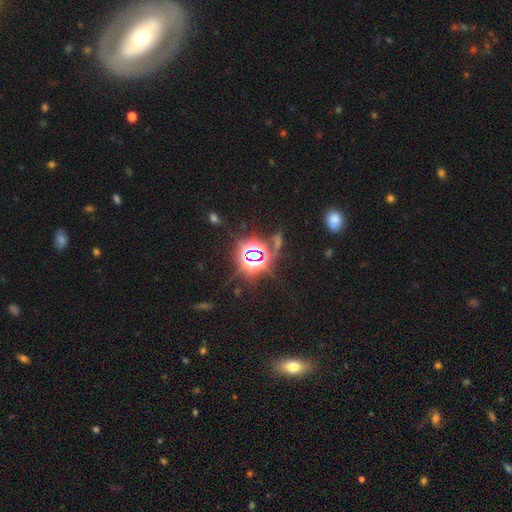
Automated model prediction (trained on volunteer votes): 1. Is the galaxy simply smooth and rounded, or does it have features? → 79% star or artifact, 13% smooth, 8% featured or disk.